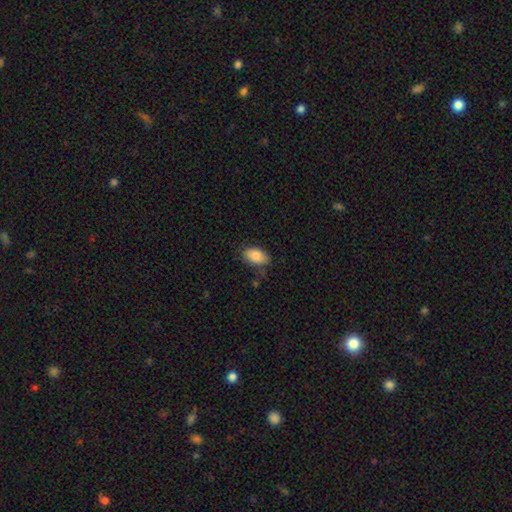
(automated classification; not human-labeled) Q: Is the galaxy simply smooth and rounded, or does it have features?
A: smooth — 82%.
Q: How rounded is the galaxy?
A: in between — 92%.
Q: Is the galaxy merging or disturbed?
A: none — 71%.